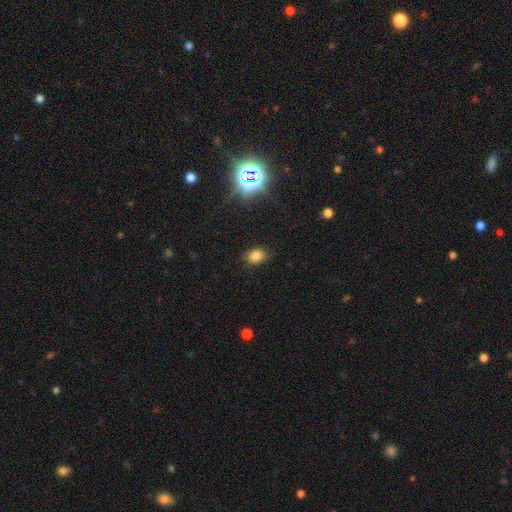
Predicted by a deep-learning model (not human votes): Overall: smooth (78%). How rounded: in between (68%; round 31%). Merging: none (83%).